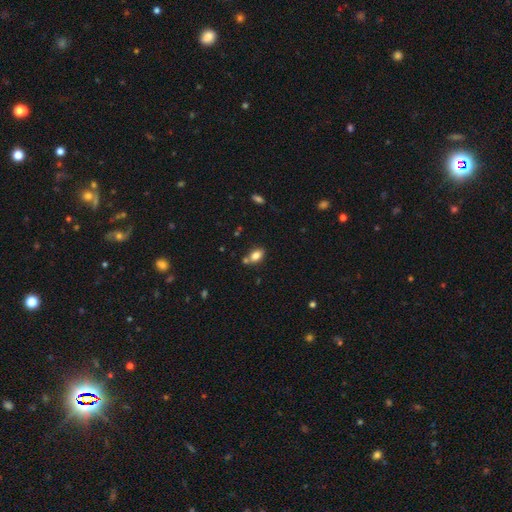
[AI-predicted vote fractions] A smooth galaxy with no disk features (82%) that is in between round and cigar-shaped (87%).

Vote fractions:
- Smooth or featured? smooth: 82% / star or artifact: 9% / featured or disk: 9%
- How rounded? in between: 87% / round: 11% / cigar-shaped: 2%
- Merging? none: 65% / merger: 18% / minor disturbance: 13% / major disturbance: 3%